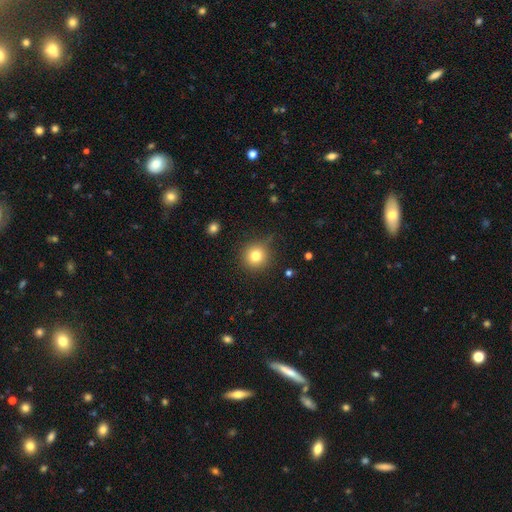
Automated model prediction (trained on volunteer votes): A smooth galaxy with no disk features (79%) that is round (93%).

Vote fractions:
- Smooth or featured? smooth: 79% / star or artifact: 12% / featured or disk: 8%
- How rounded? round: 93% / in between: 6% / cigar-shaped: 1%
- Merging? none: 80% / minor disturbance: 14% / major disturbance: 4% / merger: 2%